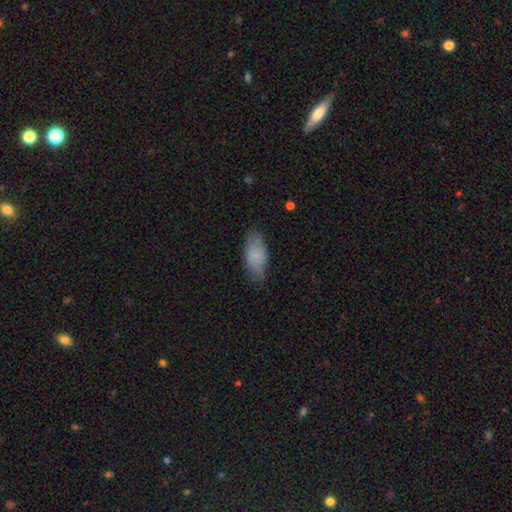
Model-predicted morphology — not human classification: Q: Smooth or featured?
A: smooth (82%); runner-up: featured or disk (11%)
Q: How rounded?
A: in between (88%); runner-up: cigar-shaped (9%)
Q: Merging?
A: none (75%); runner-up: minor disturbance (19%)